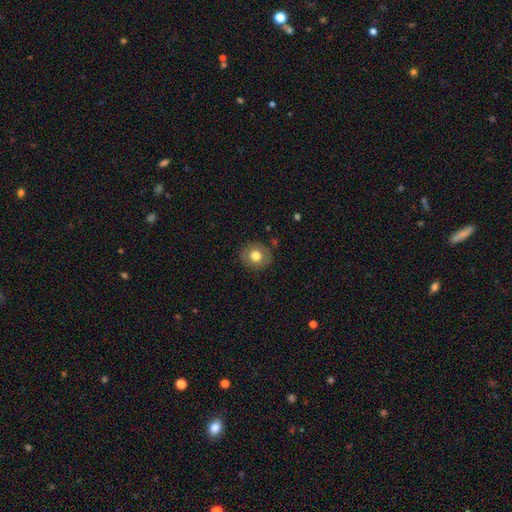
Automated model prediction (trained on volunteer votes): Smooth or featured? smooth (74%)
How rounded? round (83%)
Merging? none (87%)